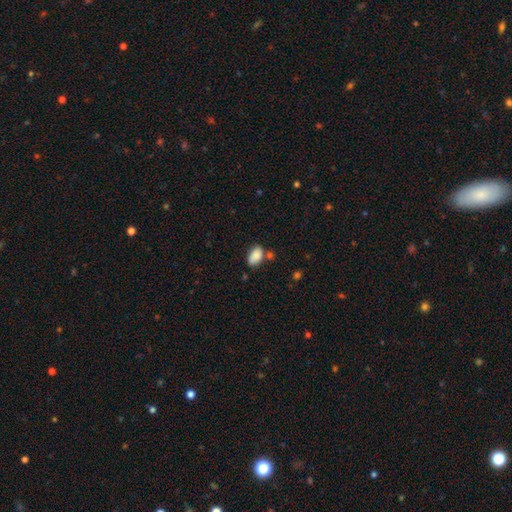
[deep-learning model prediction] Smooth or featured? Predicted: smooth (p=0.86). How rounded? Predicted: in between (p=0.91). Merging? Predicted: none (p=0.61).